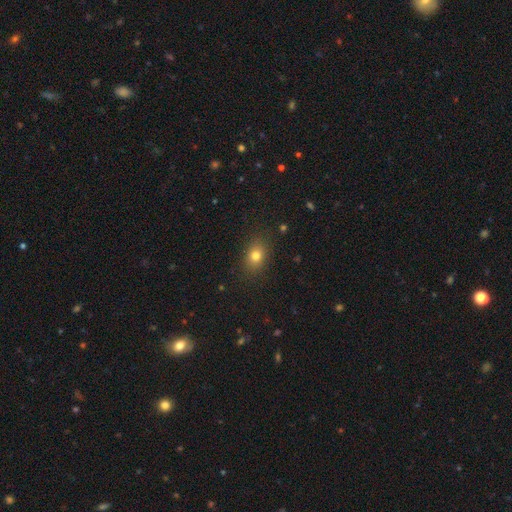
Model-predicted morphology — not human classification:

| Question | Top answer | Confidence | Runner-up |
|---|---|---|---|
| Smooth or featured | smooth | 78% | star or artifact (13%) |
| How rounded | in between | 63% | round (35%) |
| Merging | none | 86% | minor disturbance (10%) |